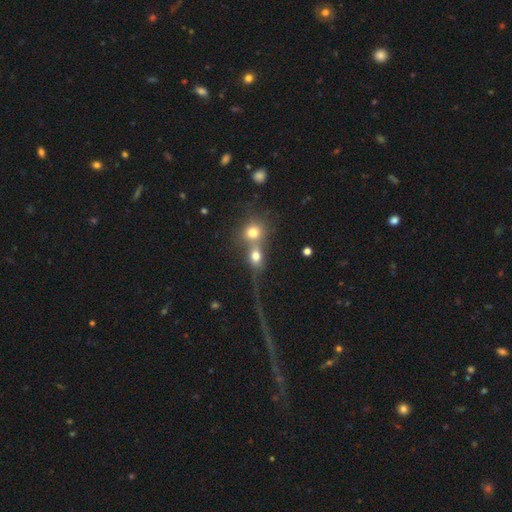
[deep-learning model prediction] smooth 66%, featured or disk 19%, star or artifact 15%. Down the decision tree: how rounded — round (66%); merging — merger (64%).